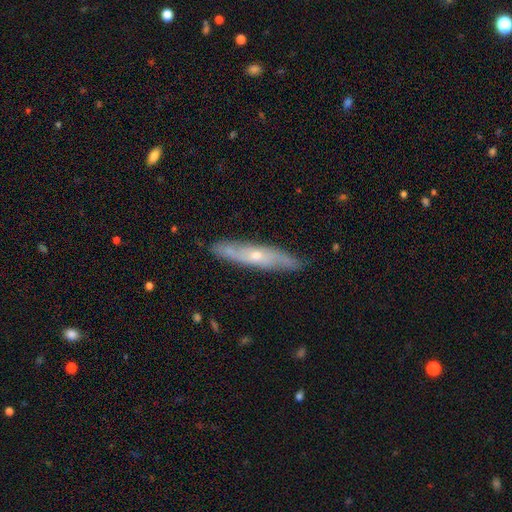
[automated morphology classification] This appears to be a featured or disk galaxy (63%) viewed edge-on (60%). Merging: none (84%).